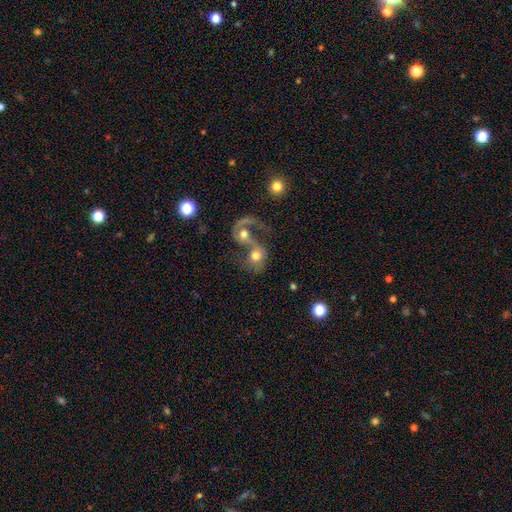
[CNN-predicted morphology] A smooth galaxy with no disk features (46%).

Vote fractions:
- Smooth or featured? smooth: 46% / featured or disk: 45% / star or artifact: 9%
- Merging? merger: 79% / major disturbance: 9% / none: 8% / minor disturbance: 4%